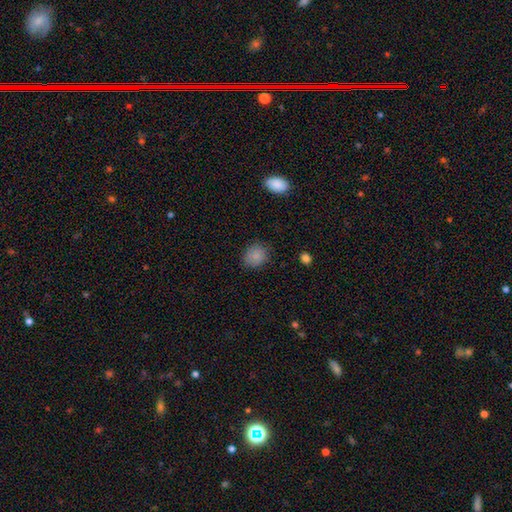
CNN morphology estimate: smooth-or-featured: smooth: 86% | star or artifact: 9% | featured or disk: 5%
  how-rounded: round: 64% | in between: 35% | cigar-shaped: 1%
  merging: none: 79% | minor disturbance: 16% | major disturbance: 4% | merger: 1%